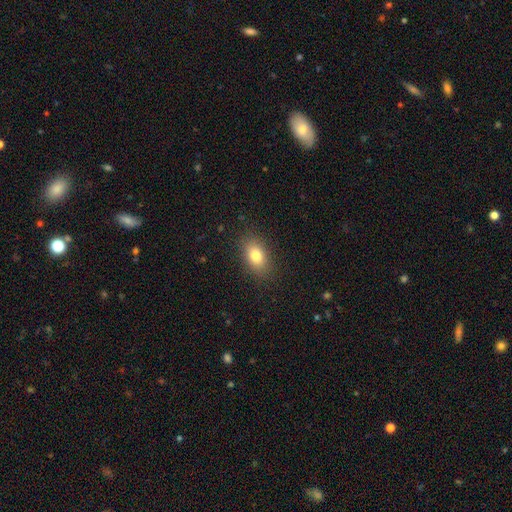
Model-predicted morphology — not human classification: Smooth or featured? Predicted: smooth (p=0.81). How rounded? Predicted: in between (p=0.85). Merging? Predicted: none (p=0.87).